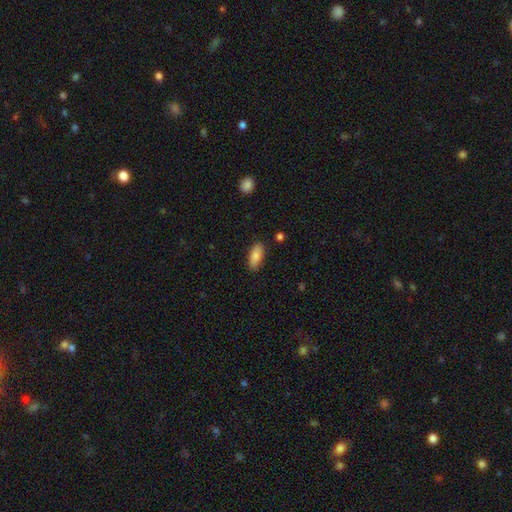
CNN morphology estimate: A smooth galaxy with no disk features (87%) that is in between round and cigar-shaped (84%). Merging: none (85%).